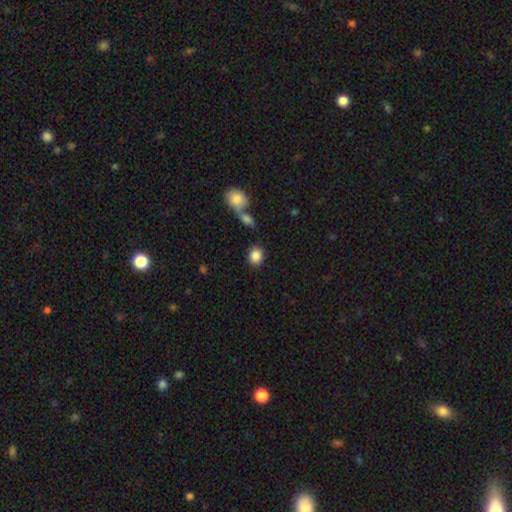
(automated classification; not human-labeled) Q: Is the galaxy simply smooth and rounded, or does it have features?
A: smooth — 87%.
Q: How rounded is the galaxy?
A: round — 63%.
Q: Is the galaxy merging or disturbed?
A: none — 76%.